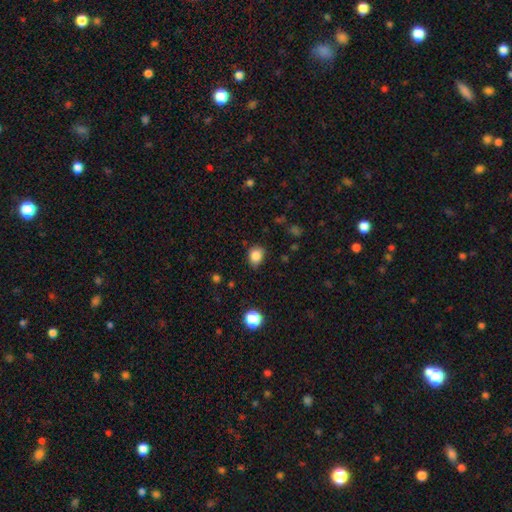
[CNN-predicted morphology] Smooth or featured? smooth (85%)
How rounded? round (55%)
Merging? none (78%)